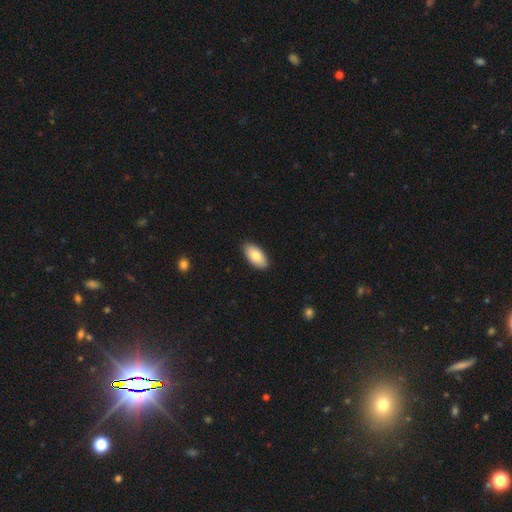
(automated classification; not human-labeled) Q: Smooth or featured?
A: smooth (84%); runner-up: featured or disk (10%)
Q: How rounded?
A: in between (94%); runner-up: cigar-shaped (4%)
Q: Merging?
A: none (89%); runner-up: minor disturbance (8%)